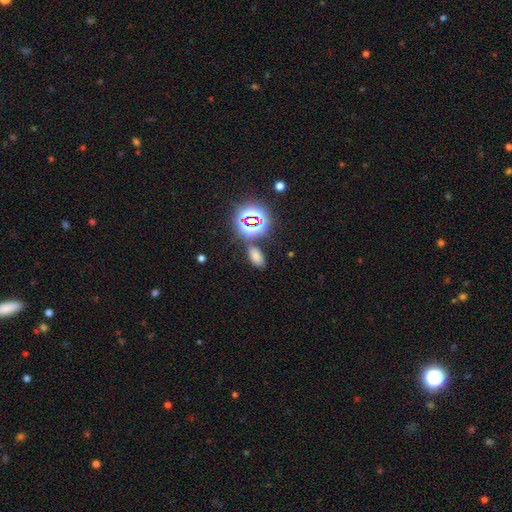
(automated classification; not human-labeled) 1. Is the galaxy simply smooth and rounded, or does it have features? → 63% smooth, 30% star or artifact, 7% featured or disk.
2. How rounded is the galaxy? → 90% in between, 7% round, 3% cigar-shaped.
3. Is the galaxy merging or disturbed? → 77% none, 12% minor disturbance, 7% merger, 4% major disturbance.